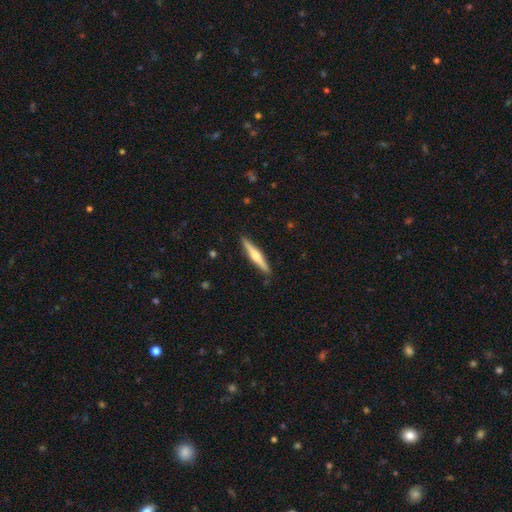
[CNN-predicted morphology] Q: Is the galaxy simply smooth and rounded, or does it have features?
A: featured or disk — 61%.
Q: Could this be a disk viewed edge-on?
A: yes — 98%.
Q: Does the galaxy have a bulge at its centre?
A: rounded — 87%.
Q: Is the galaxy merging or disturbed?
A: none — 91%.